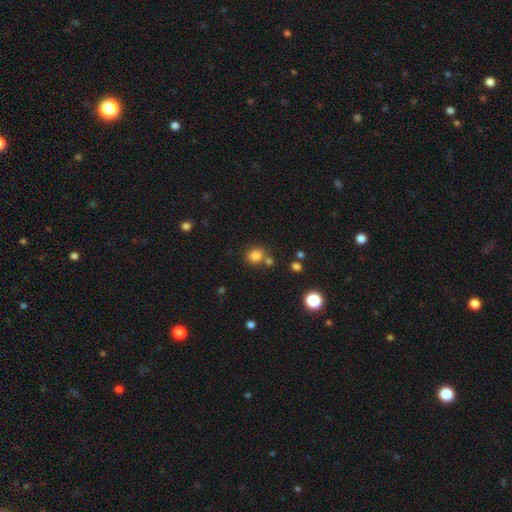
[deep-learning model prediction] Smooth or featured?
  - smooth: 82% *
  - star or artifact: 13%
  - featured or disk: 6%
How rounded?
  - round: 73% *
  - in between: 26%
  - cigar-shaped: 1%
Merging?
  - none: 66% *
  - merger: 20%
  - minor disturbance: 10%
  - major disturbance: 4%